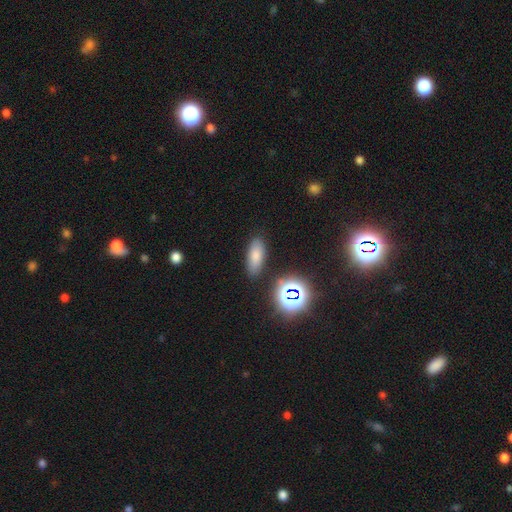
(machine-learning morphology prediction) Smooth or featured?
  - smooth: 74% *
  - star or artifact: 16%
  - featured or disk: 10%
How rounded?
  - in between: 77% *
  - cigar-shaped: 18%
  - round: 6%
Merging?
  - none: 84% *
  - minor disturbance: 10%
  - merger: 3%
  - major disturbance: 3%